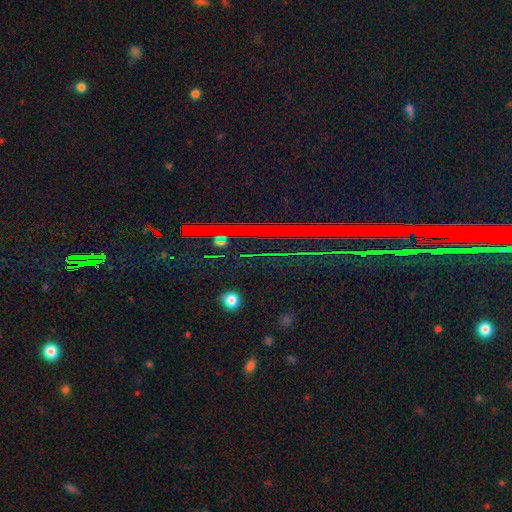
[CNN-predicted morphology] Q: Smooth or featured?
A: star or artifact (82%); runner-up: featured or disk (10%)